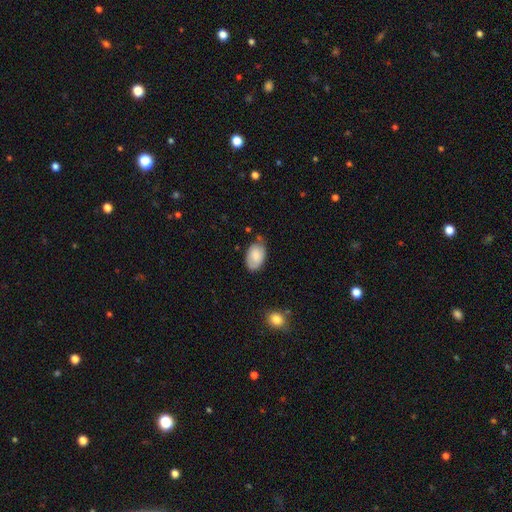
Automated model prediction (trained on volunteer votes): This is likely a smooth galaxy (71%). How rounded: clearly in between (92%). Merging: likely none (61%).